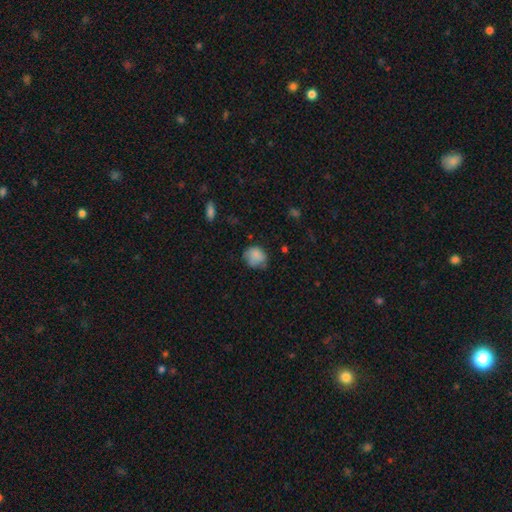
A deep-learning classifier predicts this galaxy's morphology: Smooth or featured? smooth (81%)
How rounded? round (68%)
Merging? none (59%)